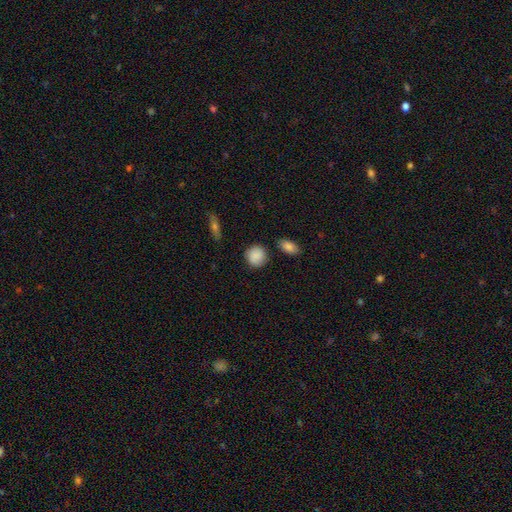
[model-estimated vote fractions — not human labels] smooth 86%, star or artifact 7%, featured or disk 7%. Down the decision tree: how rounded — round (85%); merging — none (81%).